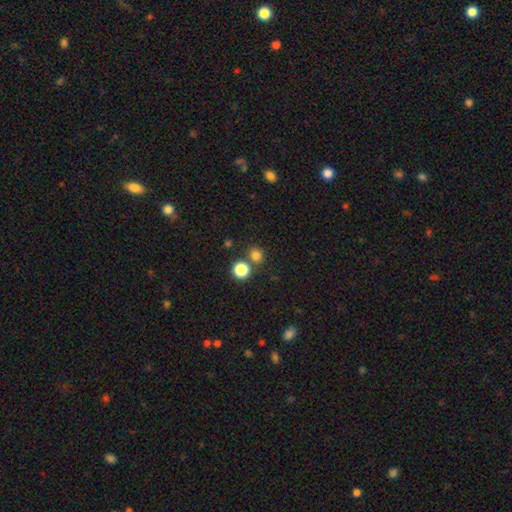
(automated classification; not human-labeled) Morphology: type=smooth (77%); roundness=round (84%); merging=none (74%).